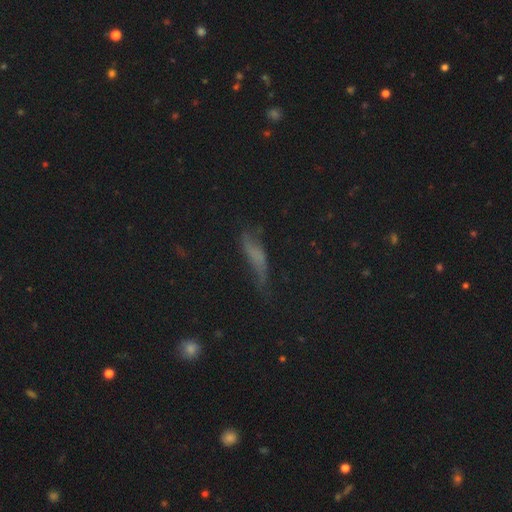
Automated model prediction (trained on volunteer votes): smooth 46%, featured or disk 33%, star or artifact 21%. Down the decision tree: merging — none (40%).